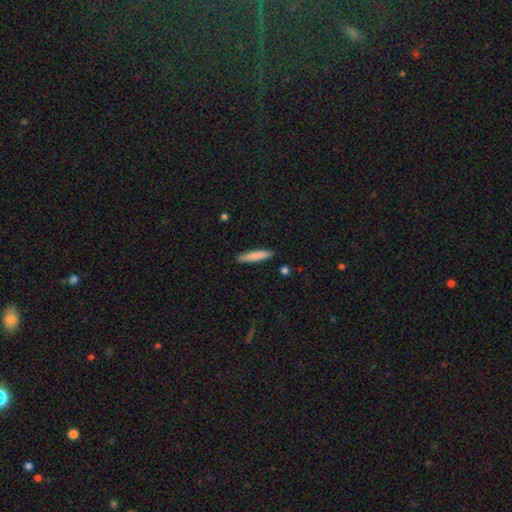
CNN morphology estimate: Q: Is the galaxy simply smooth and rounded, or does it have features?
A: smooth — 82%.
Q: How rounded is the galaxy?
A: cigar-shaped — 90%.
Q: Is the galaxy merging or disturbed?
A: none — 90%.